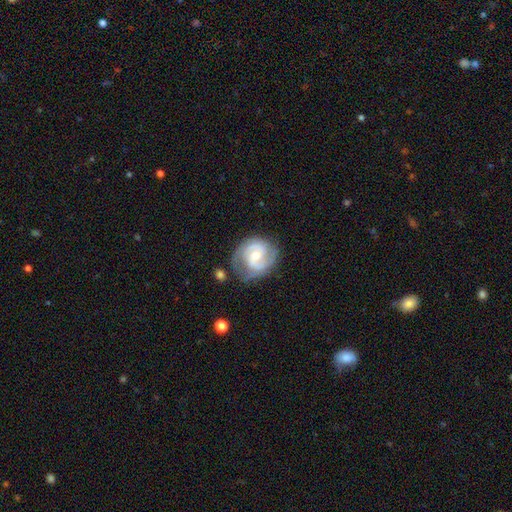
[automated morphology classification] This appears to be a featured or disk galaxy (81%) with no bar (47%), 2 (75%) medium (47%) spiral arms (94%) and a moderate central bulge (51%). Merging: none (66%).